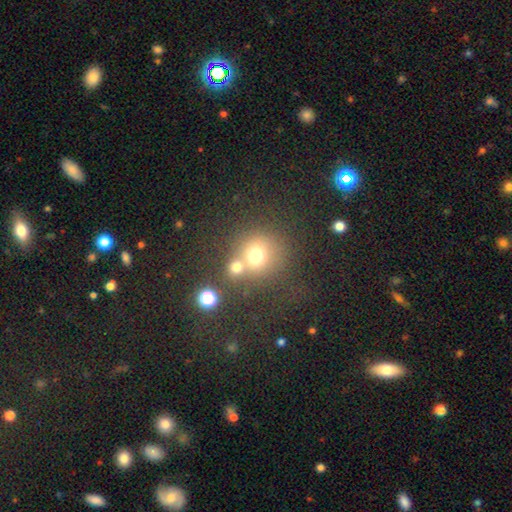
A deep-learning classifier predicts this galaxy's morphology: Overall: smooth (70%). How rounded: round (85%). Merging: none (46%; merger 41%).